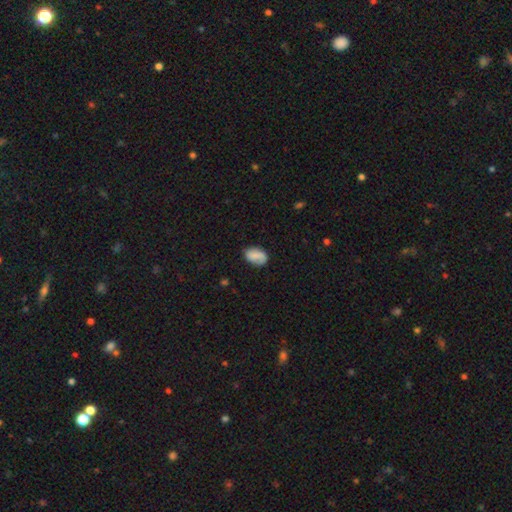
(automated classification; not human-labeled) smooth 71%, featured or disk 21%, star or artifact 8%. Down the decision tree: how rounded — in between (85%); merging — none (68%).